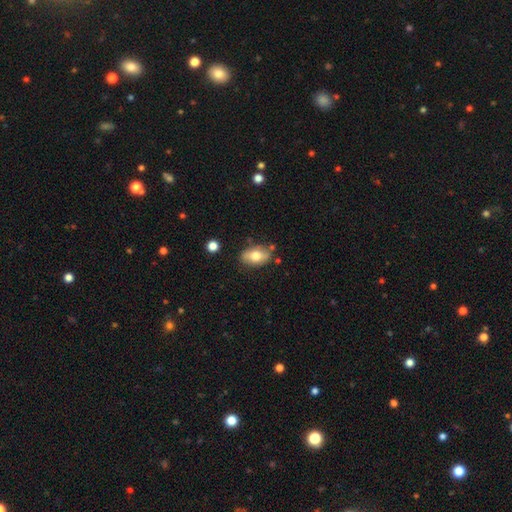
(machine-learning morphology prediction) Smooth or featured? smooth (69%)
How rounded? in between (88%)
Merging? none (76%)